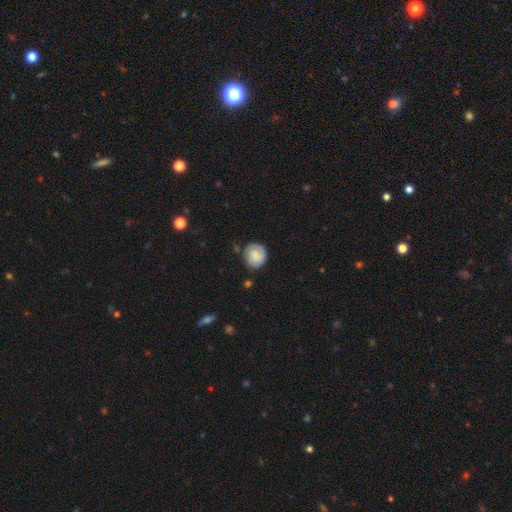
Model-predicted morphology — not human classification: A smooth galaxy with no disk features (64%) that is round (80%). Merging: none (73%).